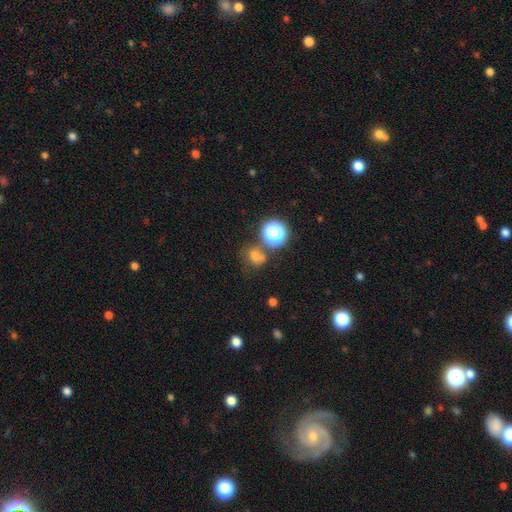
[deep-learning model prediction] The model was most divided on "merging": none: 53%, merger: 22%, minor disturbance: 16%, major disturbance: 9%. More confident: how rounded — round (69%); smooth or featured — smooth (64%).